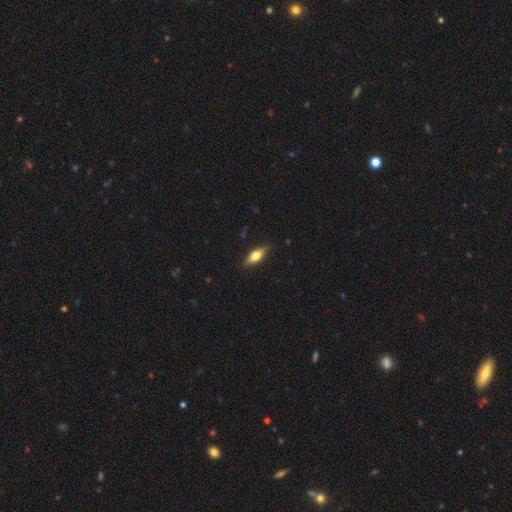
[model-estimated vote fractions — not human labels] This appears to be a smooth galaxy with no disk features (56%) that is in between round and cigar-shaped (64%). Merging: none (86%).